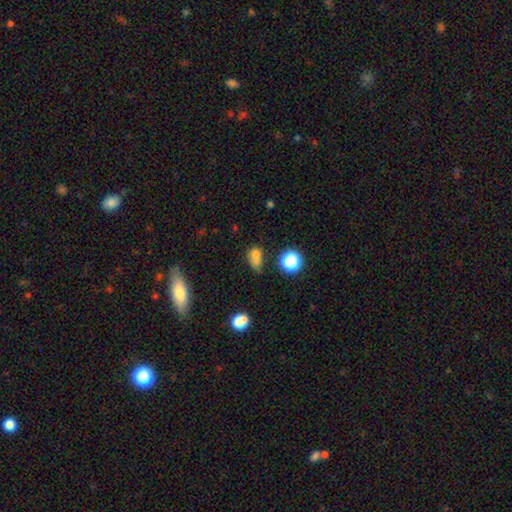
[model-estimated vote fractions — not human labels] smooth_or_featured: smooth (p=0.71) [alt: star or artifact p=0.19]
how_rounded: in between (p=0.58) [alt: round p=0.37]
merging: none (p=0.39) [alt: minor disturbance p=0.26]